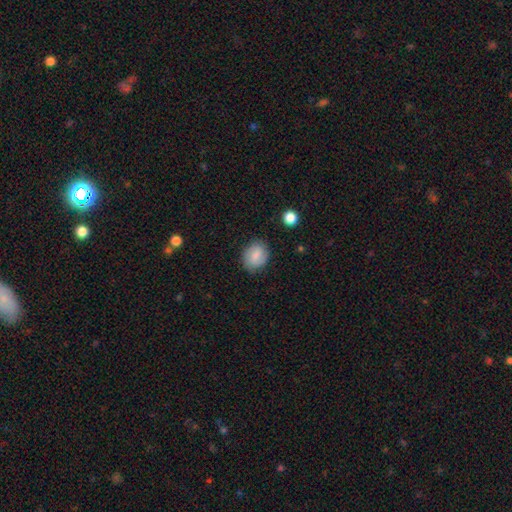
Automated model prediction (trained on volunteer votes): Overall: smooth (65%; featured or disk 27%). How rounded: round (54%; in between 45%). Merging: none (81%).